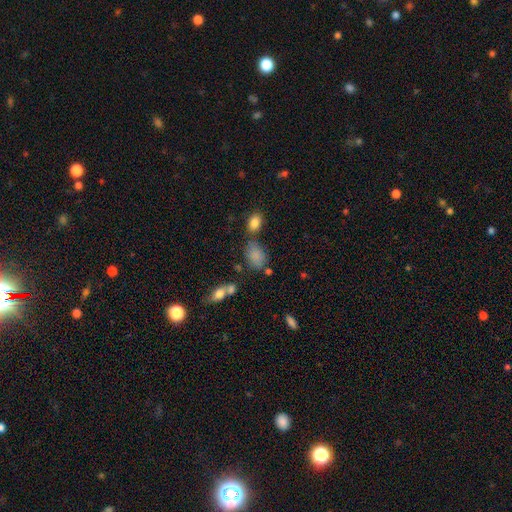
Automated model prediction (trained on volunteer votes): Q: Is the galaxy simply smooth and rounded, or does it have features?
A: smooth — 81%.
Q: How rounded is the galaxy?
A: in between — 80%.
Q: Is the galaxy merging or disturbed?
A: none — 54%.